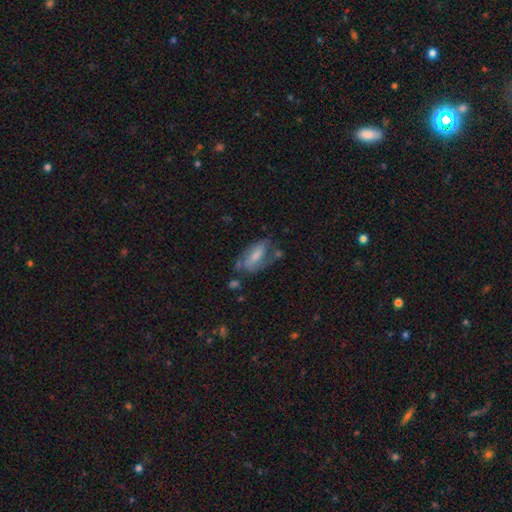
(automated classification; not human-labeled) The model was most divided on "smooth or featured": smooth: 49%, featured or disk: 43%, star or artifact: 8%. Remaining: merging — none (46%).